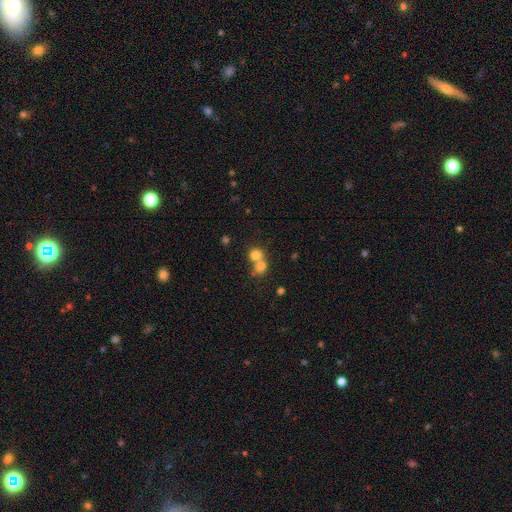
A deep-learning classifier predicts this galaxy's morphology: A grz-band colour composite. It shows a smooth galaxy with no disk features (77%) that is round (76%). Merging: merger (58%).